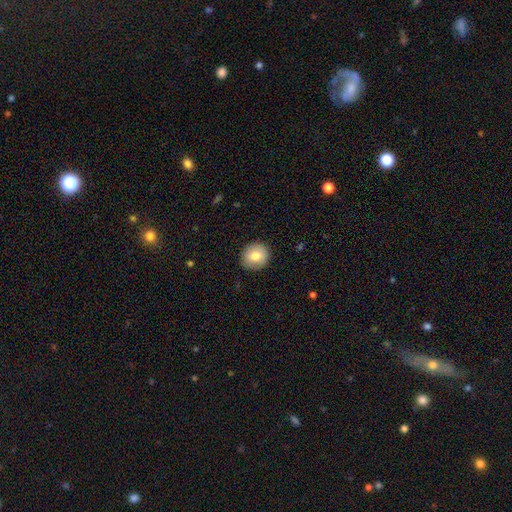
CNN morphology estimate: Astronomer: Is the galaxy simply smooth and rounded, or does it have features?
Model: smooth — 76%.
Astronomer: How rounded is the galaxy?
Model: round — 86%.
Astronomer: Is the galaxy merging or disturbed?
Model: none — 88%.